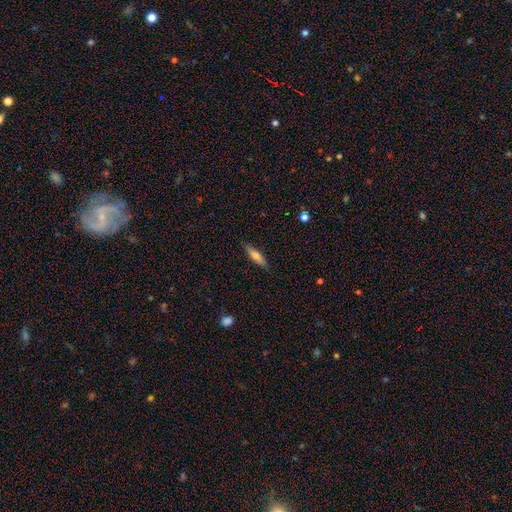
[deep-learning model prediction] This is likely a smooth galaxy (64%). How rounded: likely cigar-shaped (76%). Merging: clearly none (88%).